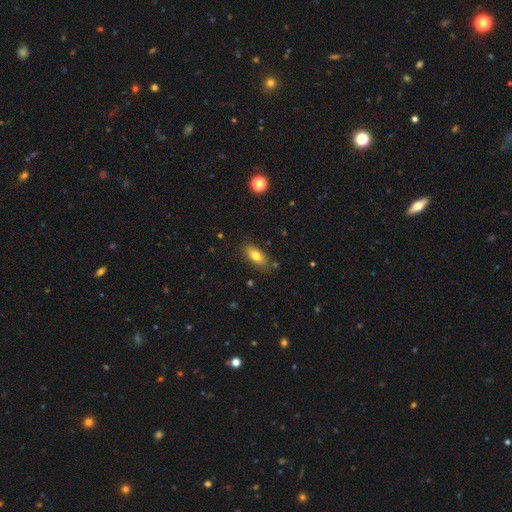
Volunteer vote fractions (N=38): smooth-or-featured: smooth: 84% | featured or disk: 11% | star or artifact: 5%
  how-rounded: in between: 75% | cigar-shaped: 19% | round: 6%
  merging: none: 81% | minor disturbance: 17% | merger: 3% | major disturbance: 0%